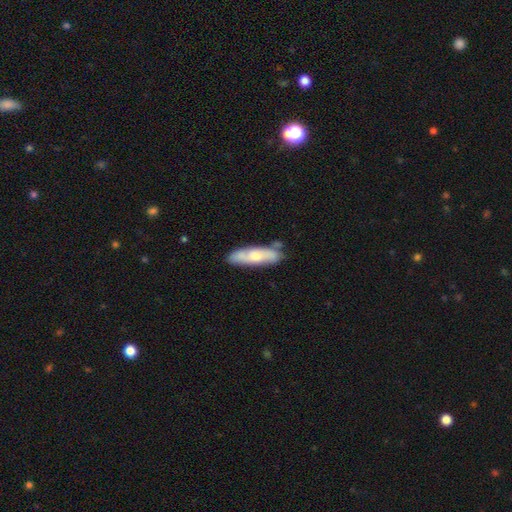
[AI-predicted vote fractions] Smooth or featured? smooth (55%)
How rounded? cigar-shaped (62%)
Merging? none (70%)